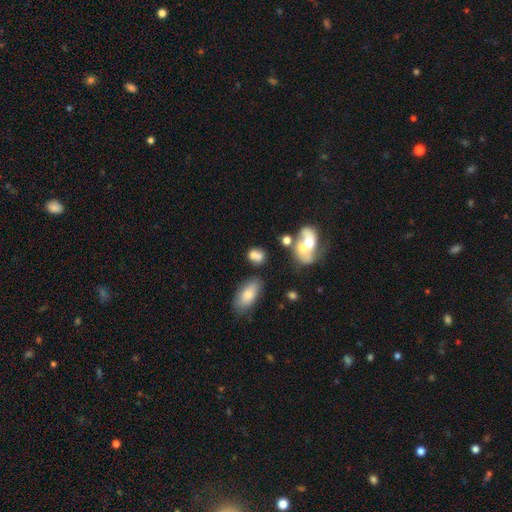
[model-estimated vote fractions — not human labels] smooth_or_featured: smooth (p=0.72) [alt: featured or disk p=0.15]
how_rounded: in between (p=0.56) [alt: round p=0.42]
merging: none (p=0.39) [alt: merger p=0.36]